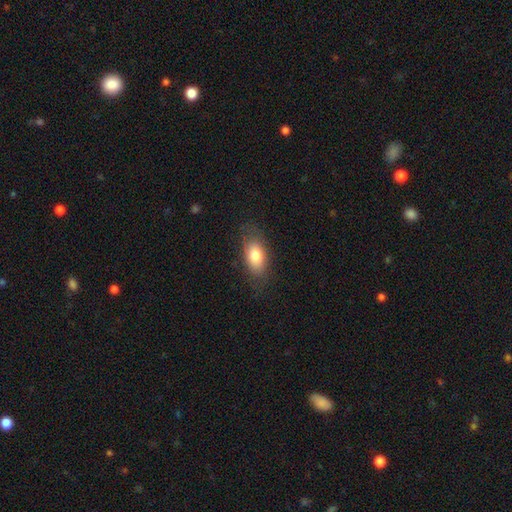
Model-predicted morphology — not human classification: Smooth or featured?
  - smooth: 78% *
  - featured or disk: 14%
  - star or artifact: 7%
How rounded?
  - in between: 89% *
  - round: 6%
  - cigar-shaped: 5%
Merging?
  - none: 77% *
  - minor disturbance: 17%
  - major disturbance: 6%
  - merger: 1%